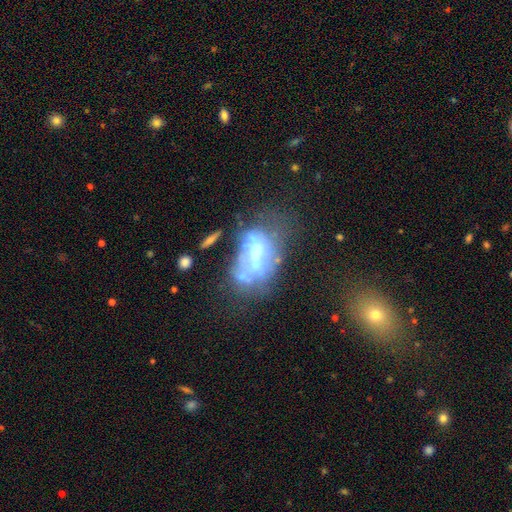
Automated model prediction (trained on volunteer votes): The model was most divided on "bulge size": moderate: 32%, none: 31%, small: 19%, large: 15%, dominant: 3%. Remaining: edge-on disk — no (96%); spiral arms — no (90%); bar — no (79%); smooth or featured — featured or disk (54%); merging — major disturbance (30%).